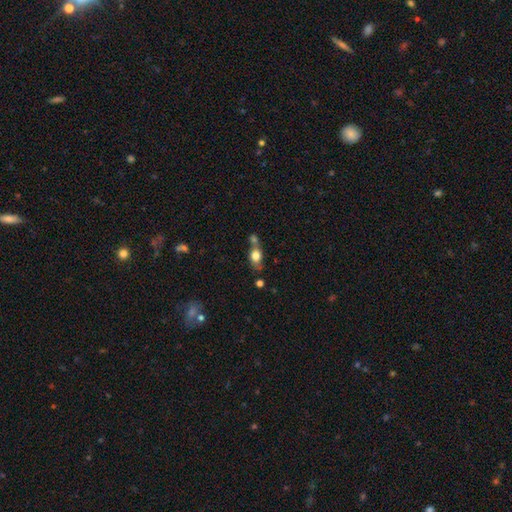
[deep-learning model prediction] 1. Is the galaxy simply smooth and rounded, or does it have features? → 76% smooth, 15% featured or disk, 9% star or artifact.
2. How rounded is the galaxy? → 65% in between, 30% round, 5% cigar-shaped.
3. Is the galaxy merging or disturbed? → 43% none, 36% merger, 14% minor disturbance, 6% major disturbance.